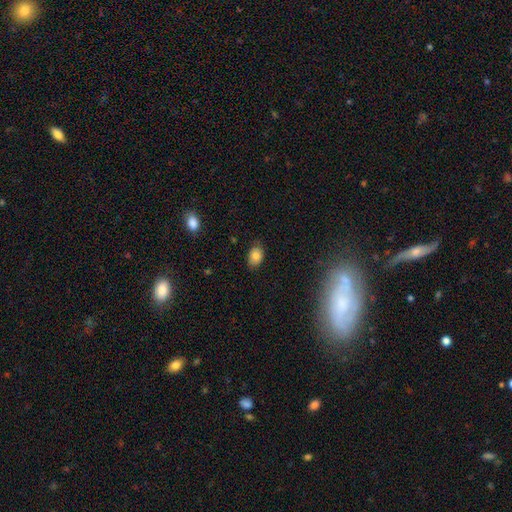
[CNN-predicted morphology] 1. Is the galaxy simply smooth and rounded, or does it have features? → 82% smooth, 9% star or artifact, 9% featured or disk.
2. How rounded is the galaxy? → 78% in between, 21% round, 1% cigar-shaped.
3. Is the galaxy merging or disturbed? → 79% none, 17% minor disturbance, 3% major disturbance, 1% merger.